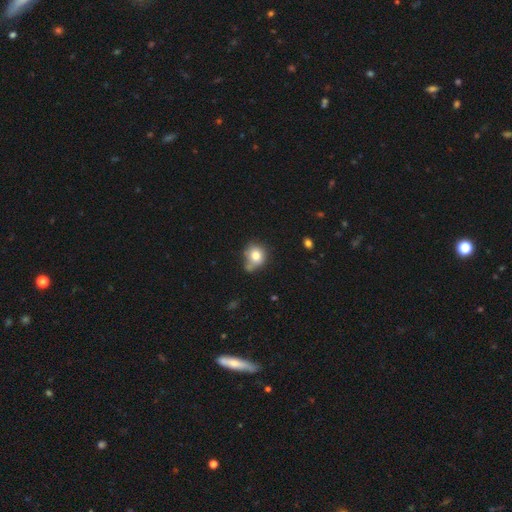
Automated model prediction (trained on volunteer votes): smooth 79%, featured or disk 11%, star or artifact 11%. Down the decision tree: how rounded — round (81%); merging — none (56%).